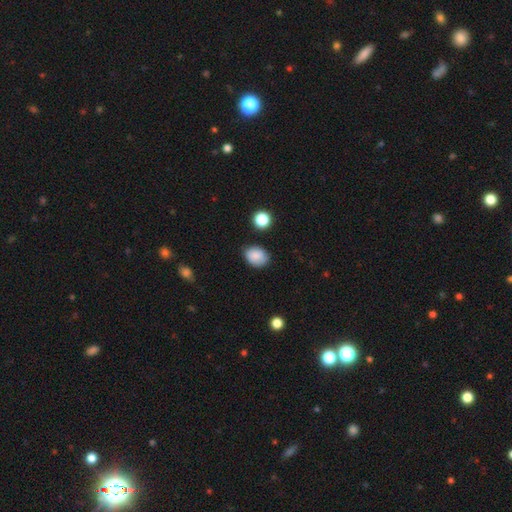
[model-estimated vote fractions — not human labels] Smooth or featured: smooth — 83% (star or artifact — 9%)
How rounded: in between — 61% (round — 38%)
Merging: none — 76% (minor disturbance — 18%)